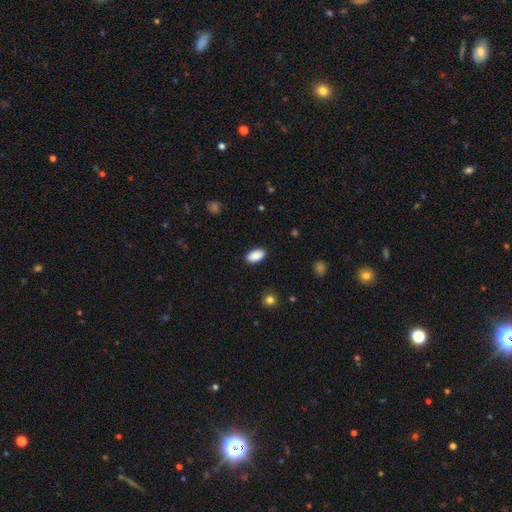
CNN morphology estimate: Smooth or featured? smooth (89%)
How rounded? in between (94%)
Merging? none (89%)